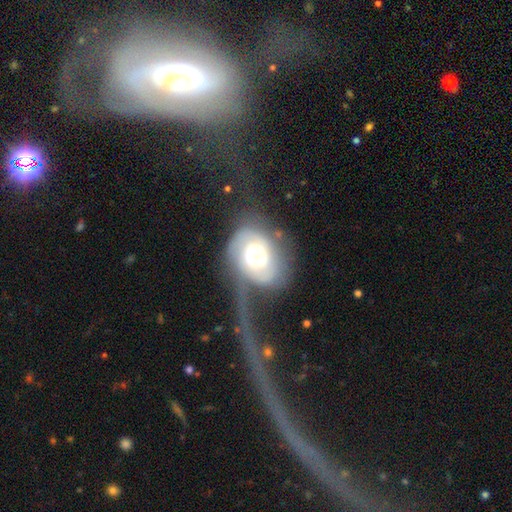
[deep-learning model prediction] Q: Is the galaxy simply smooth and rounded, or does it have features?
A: featured or disk — 63%.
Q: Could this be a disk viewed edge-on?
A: no — 96%.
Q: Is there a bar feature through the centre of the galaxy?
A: no — 69%.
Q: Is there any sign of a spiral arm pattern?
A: yes — 76%.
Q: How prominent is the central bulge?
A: moderate — 43%.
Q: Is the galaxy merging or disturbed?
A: major disturbance — 56%.